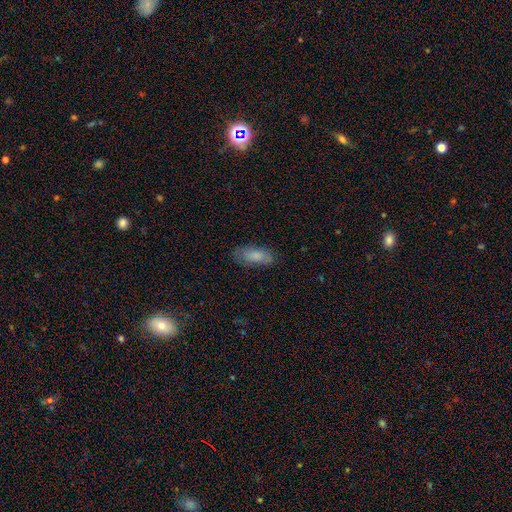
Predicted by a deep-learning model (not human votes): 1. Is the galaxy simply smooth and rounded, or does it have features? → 81% smooth, 12% featured or disk, 7% star or artifact.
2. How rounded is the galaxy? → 80% in between, 18% cigar-shaped, 2% round.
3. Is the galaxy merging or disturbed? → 76% none, 18% minor disturbance, 5% major disturbance, 1% merger.